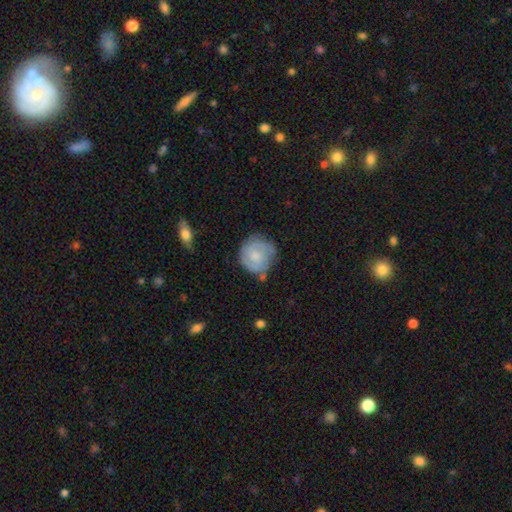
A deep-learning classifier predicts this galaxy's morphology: featured or disk 53%, smooth 40%, star or artifact 7%. Down the decision tree: edge-on disk — no (97%); bar — no (66%); spiral arms — yes (83%); bulge size — small (47%); merging — none (64%).